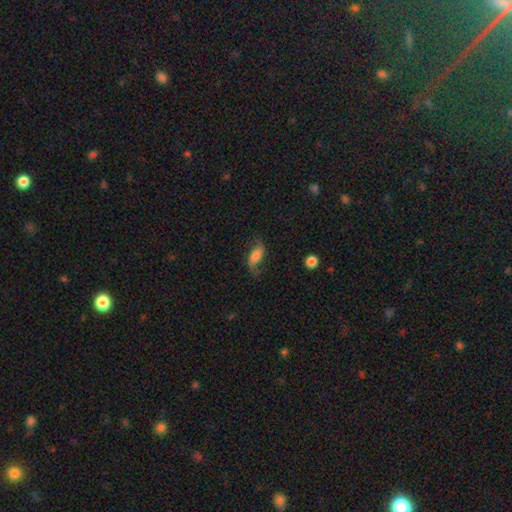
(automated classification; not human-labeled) A smooth galaxy with no disk features (48%).

Vote fractions:
- Smooth or featured? smooth: 48% / featured or disk: 44% / star or artifact: 8%
- Merging? none: 63% / minor disturbance: 22% / major disturbance: 13% / merger: 2%